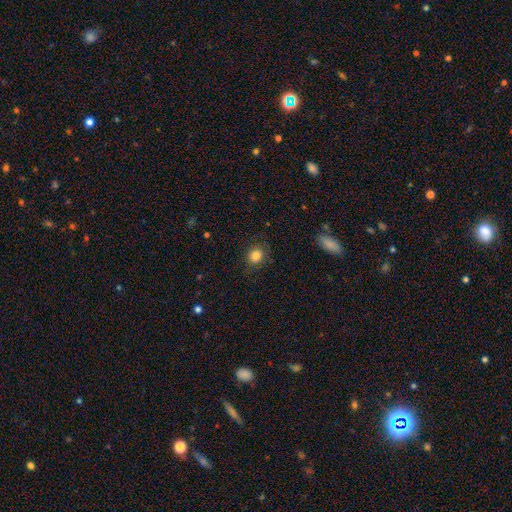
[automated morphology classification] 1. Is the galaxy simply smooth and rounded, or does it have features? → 83% smooth, 10% star or artifact, 6% featured or disk.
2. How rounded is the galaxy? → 76% round, 23% in between, 1% cigar-shaped.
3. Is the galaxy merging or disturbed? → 80% none, 14% minor disturbance, 5% major disturbance, 1% merger.